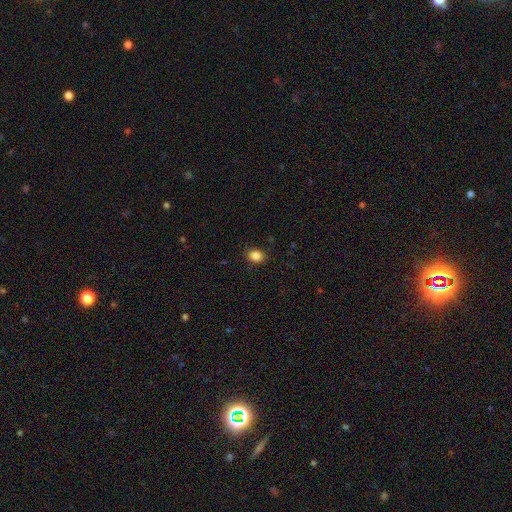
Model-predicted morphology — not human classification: Smooth or featured? Predicted: smooth (p=0.85). How rounded? Predicted: round (p=0.53). Merging? Predicted: none (p=0.87).